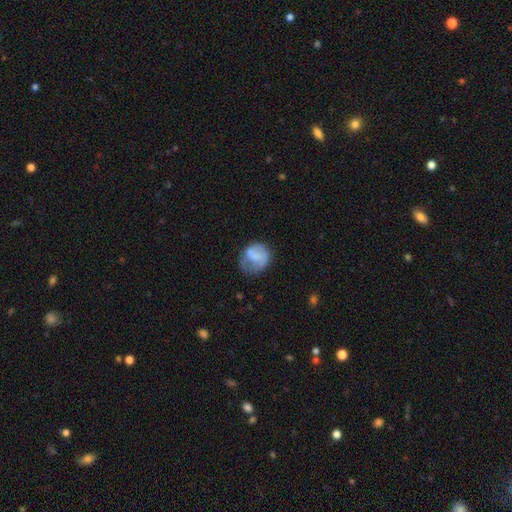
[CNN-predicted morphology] Smooth or featured: smooth — 64% (featured or disk — 28%)
How rounded: round — 71% (in between — 28%)
Merging: none — 43% (minor disturbance — 31%)